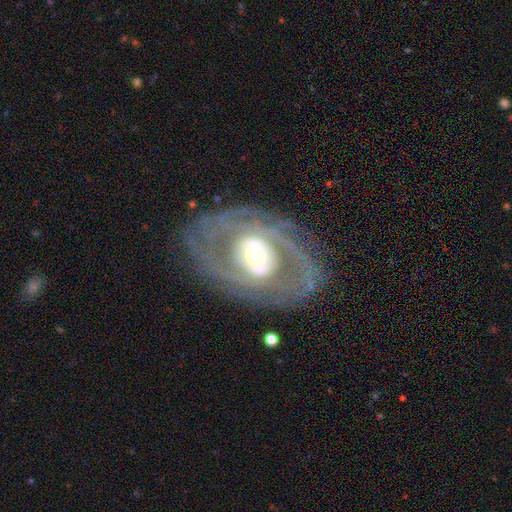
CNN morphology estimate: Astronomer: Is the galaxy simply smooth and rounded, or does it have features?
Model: featured or disk — 82%.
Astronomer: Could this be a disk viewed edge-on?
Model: no — 94%.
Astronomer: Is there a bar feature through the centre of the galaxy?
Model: no — 55%.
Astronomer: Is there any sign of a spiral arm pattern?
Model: yes — 76%.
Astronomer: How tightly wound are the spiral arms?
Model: tight — 49% (runner-up: medium, 34%).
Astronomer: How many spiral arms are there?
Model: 2 — 48% (runner-up: can't tell, 30%).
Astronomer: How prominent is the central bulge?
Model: moderate — 57%.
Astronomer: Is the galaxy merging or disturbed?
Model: none — 70%.